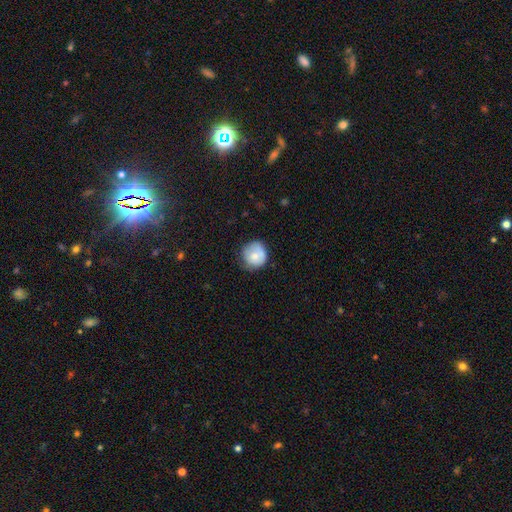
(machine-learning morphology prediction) Smooth or featured? Predicted: smooth (p=0.72). How rounded? Predicted: round (p=0.89). Merging? Predicted: none (p=0.63).